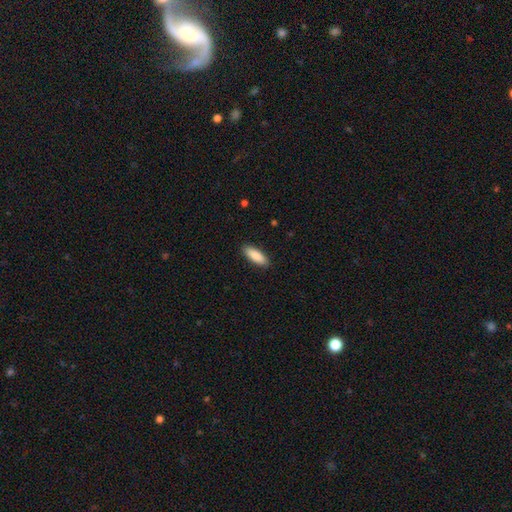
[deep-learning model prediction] A smooth galaxy with no disk features (88%) that is in between round and cigar-shaped (68%).

Vote fractions:
- Smooth or featured? smooth: 88% / featured or disk: 7% / star or artifact: 5%
- How rounded? in between: 68% / cigar-shaped: 30% / round: 2%
- Merging? none: 89% / minor disturbance: 8% / major disturbance: 2% / merger: 1%